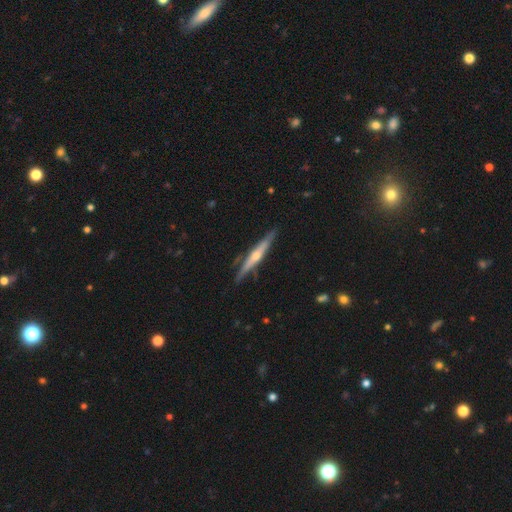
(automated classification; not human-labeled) This appears to be a featured or disk galaxy (72%) viewed edge-on (97%) with a rounded central bulge (84%). Merging: none (84%).